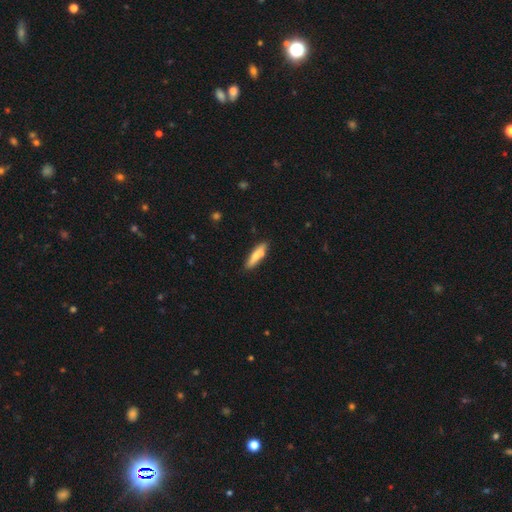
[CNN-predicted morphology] This is likely a smooth galaxy (70%). How rounded: likely cigar-shaped (77%). Merging: likely none (75%).